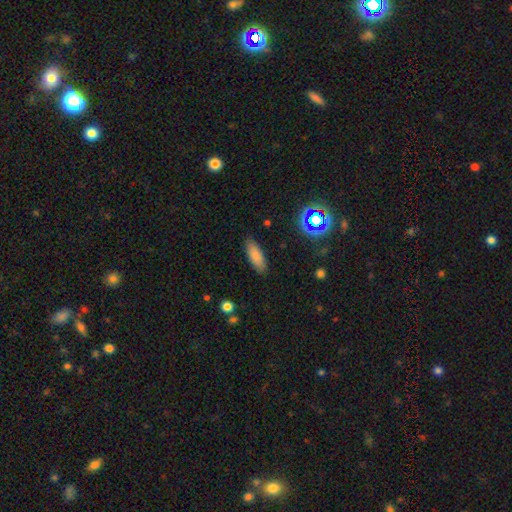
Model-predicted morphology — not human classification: smooth 81%, featured or disk 10%, star or artifact 9%. Down the decision tree: how rounded — in between (68%); merging — none (86%).